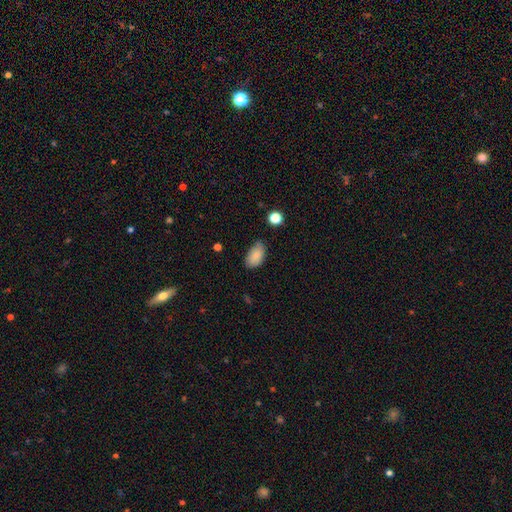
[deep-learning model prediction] smooth 85%, star or artifact 8%, featured or disk 7%. Down the decision tree: how rounded — in between (92%); merging — none (64%).